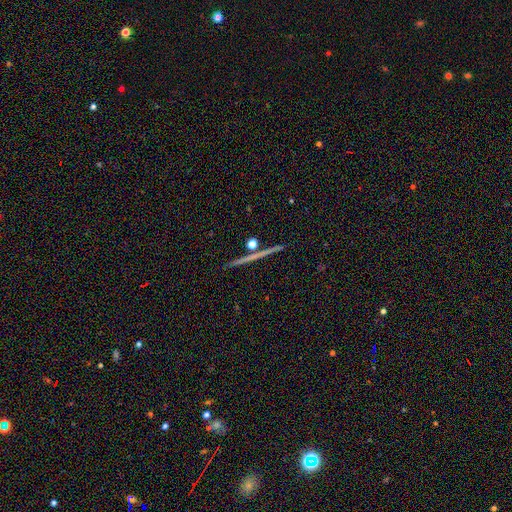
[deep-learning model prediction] A featured or disk galaxy (50%). Merging: none (92%).